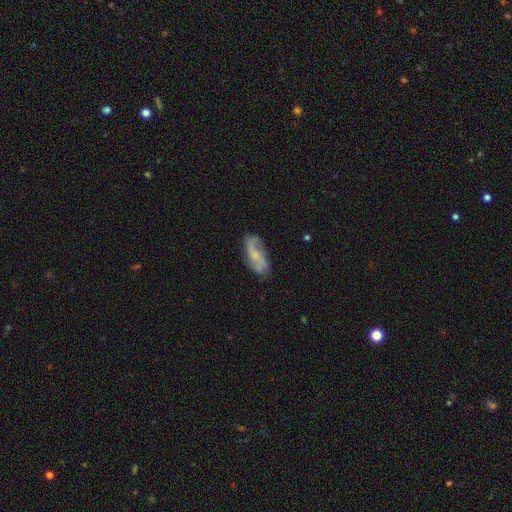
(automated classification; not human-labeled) A featured or disk galaxy (65%) with no bar (59%), 2 (79%) loose (59%) spiral arms (89%) and a small central bulge (59%). Merging: none (69%).